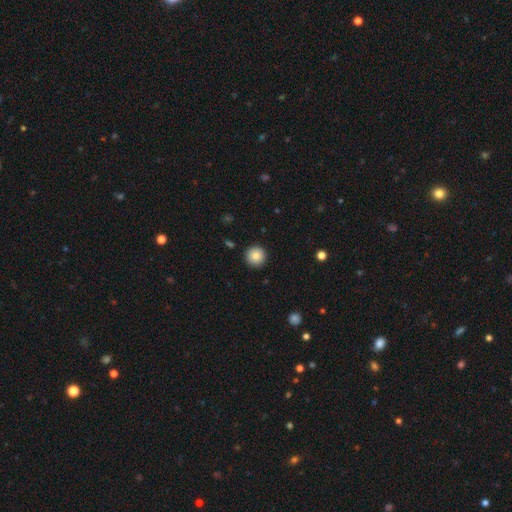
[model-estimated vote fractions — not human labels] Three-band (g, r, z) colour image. It shows a smooth galaxy with no disk features (85%) that is round (96%). Merging: none (92%).